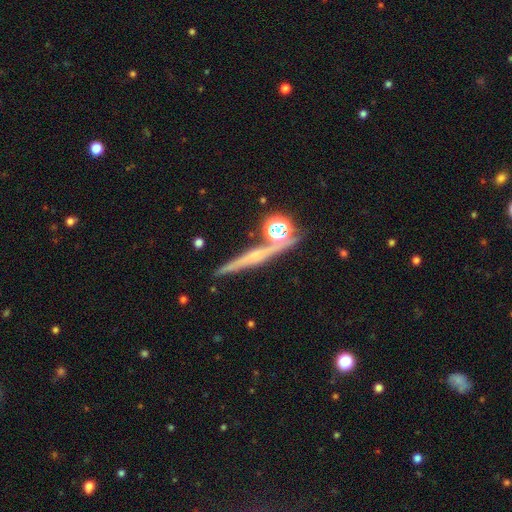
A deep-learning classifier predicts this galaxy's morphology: smooth_or_featured: featured or disk (p=0.57) [alt: smooth p=0.27]
disk_edge_on: yes (p=0.93) [alt: no p=0.07]
edge_on_bulge: none (p=0.45) [alt: rounded p=0.44]
merging: none (p=0.78) [alt: merger p=0.10]